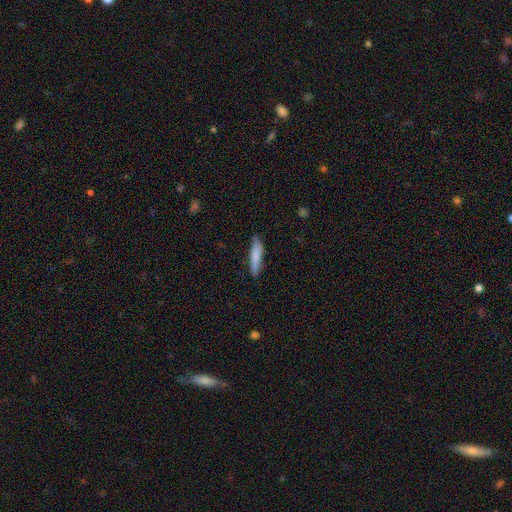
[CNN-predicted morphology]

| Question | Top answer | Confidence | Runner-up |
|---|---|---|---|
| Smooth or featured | smooth | 78% | featured or disk (16%) |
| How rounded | cigar-shaped | 83% | in between (15%) |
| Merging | none | 81% | minor disturbance (15%) |